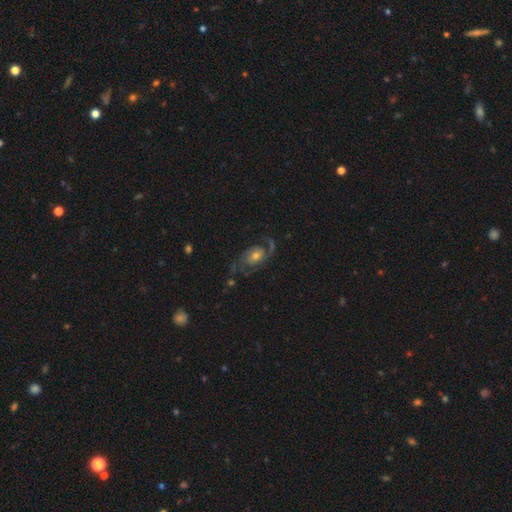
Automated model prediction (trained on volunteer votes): This is likely a featured or disk galaxy (77%). It is clearly not viewed edge-on (96%). Bar: likely no (70%). Spiral arm pattern: clearly yes (92%). Spiral arm count: likely 2 (78%). Spiral winding: marginally medium (44%). Central bulge: possibly moderate (59%). Merging: likely none (60%).